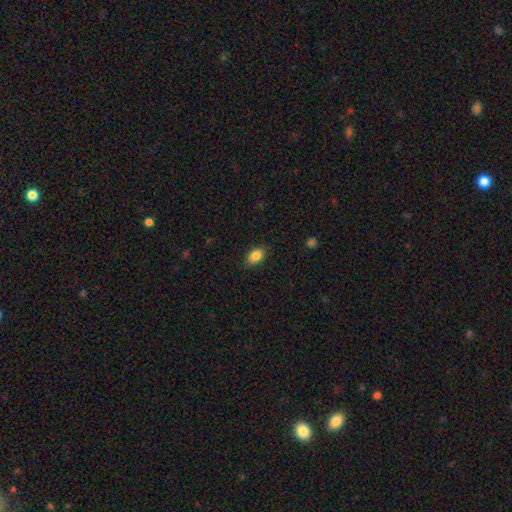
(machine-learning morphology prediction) smooth-or-featured: smooth: 85% | star or artifact: 9% | featured or disk: 6%
  how-rounded: in between: 85% | round: 13% | cigar-shaped: 2%
  merging: none: 85% | minor disturbance: 11% | major disturbance: 2% | merger: 1%